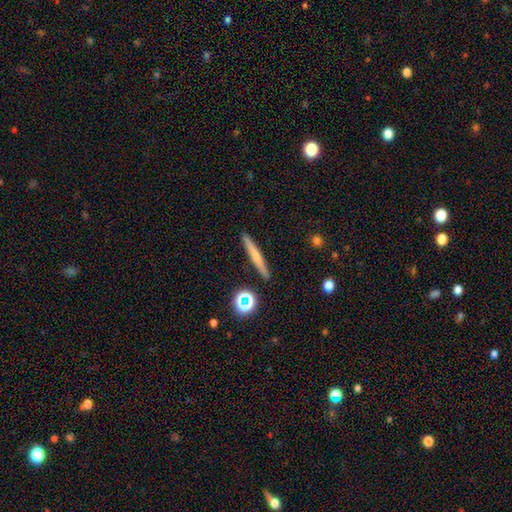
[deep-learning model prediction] The model was most divided on "smooth or featured": smooth: 48%, featured or disk: 42%, star or artifact: 10%. More confident: merging — none (91%).